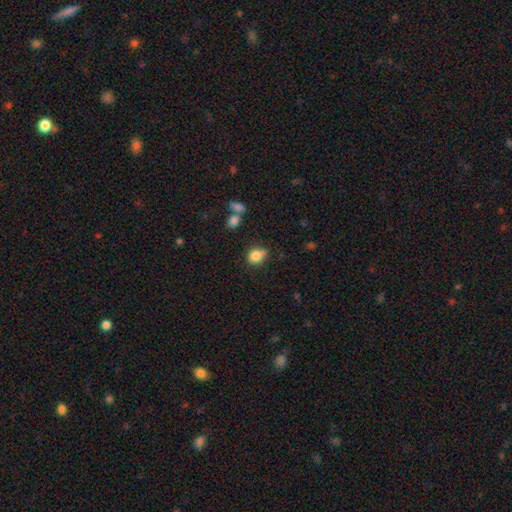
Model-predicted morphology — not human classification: smooth_or_featured: smooth (p=0.83) [alt: star or artifact p=0.10]
how_rounded: round (p=0.56) [alt: in between p=0.43]
merging: none (p=0.56) [alt: minor disturbance p=0.29]